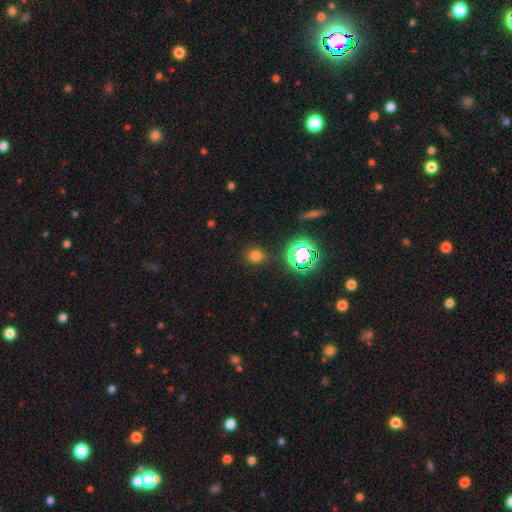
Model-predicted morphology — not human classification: This is likely a smooth galaxy (69%). How rounded: clearly round (80%). Merging: clearly none (86%).